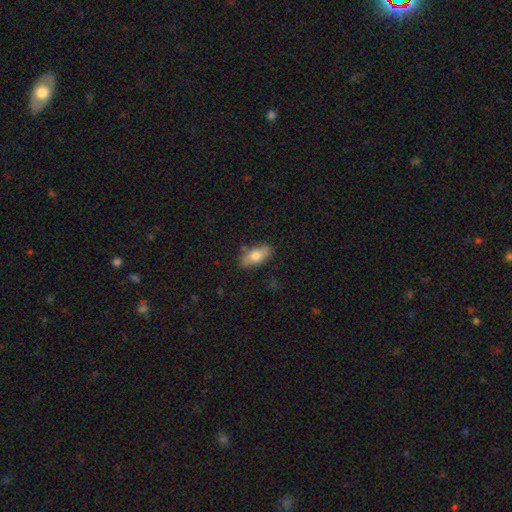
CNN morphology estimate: type=smooth (74%); roundness=in between (85%); merging=none (79%).